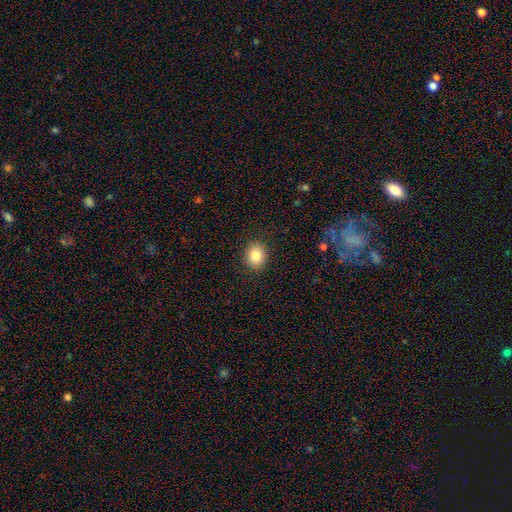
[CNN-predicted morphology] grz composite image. It shows a smooth galaxy with no disk features (83%) that is round (68%). Merging: none (90%).